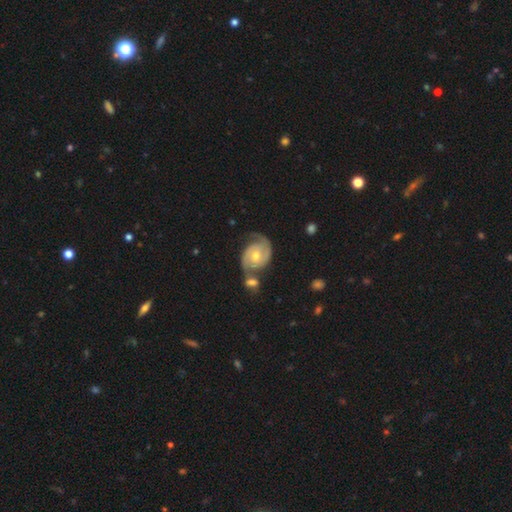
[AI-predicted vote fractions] Overall: featured or disk (87%). Edge-on disk: no (98%). Bar: no (65%; weak 28%). Spiral arms: yes (97%). Spiral arm count: 2 (86%). Spiral winding: tight (49%; medium 40%). Bulge size: moderate (62%; small 33%). Merging: none (54%; merger 20%).